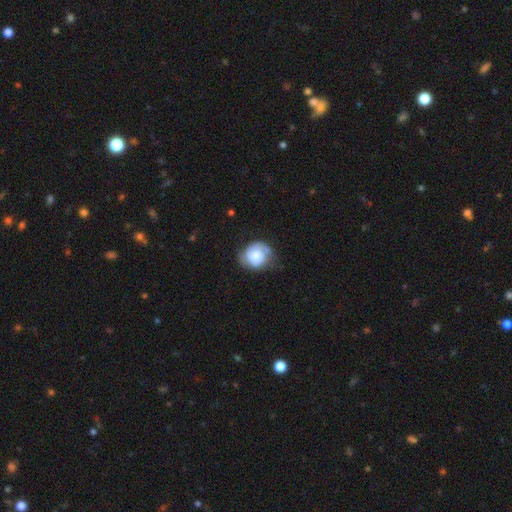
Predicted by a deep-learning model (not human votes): Overall: smooth (51%; featured or disk 42%). How rounded: round (74%). Merging: none (58%; minor disturbance 29%).